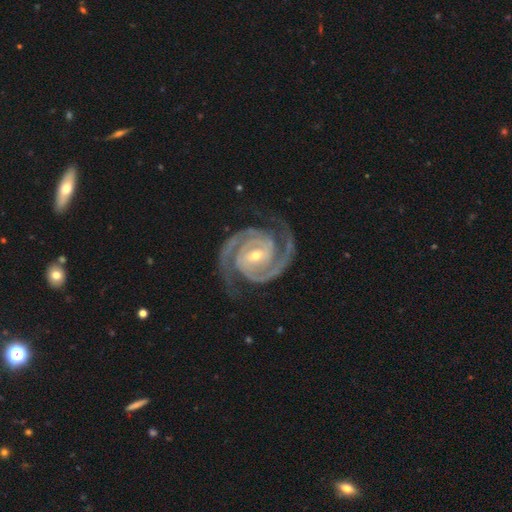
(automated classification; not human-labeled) A featured or disk galaxy (95%) with a weak bar (37%), 2 (93%) tight (66%) spiral arms (99%) and a small central bulge (57%). Merging: none (82%).